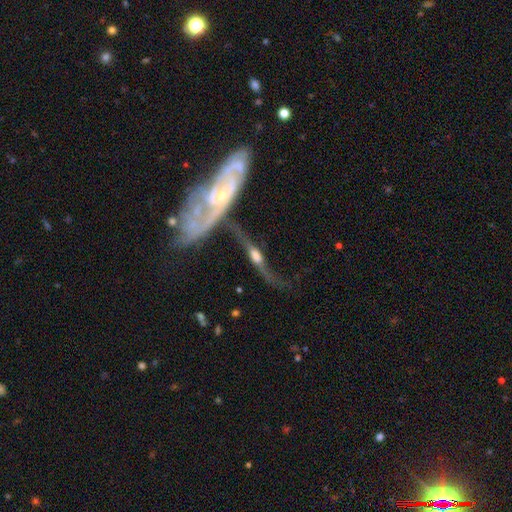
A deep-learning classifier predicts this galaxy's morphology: Q: Smooth or featured?
A: featured or disk (76%); runner-up: smooth (16%)
Q: Edge-on disk?
A: yes (51%); runner-up: no (49%)
Q: Merging?
A: merger (41%); runner-up: none (29%)